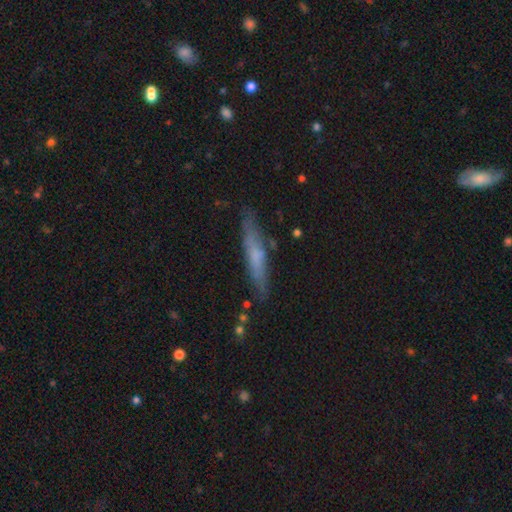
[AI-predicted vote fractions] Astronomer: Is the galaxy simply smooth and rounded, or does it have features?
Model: smooth — 52% (runner-up: featured or disk, 41%).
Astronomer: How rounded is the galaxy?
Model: cigar-shaped — 90%.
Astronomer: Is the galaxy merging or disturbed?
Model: none — 79%.